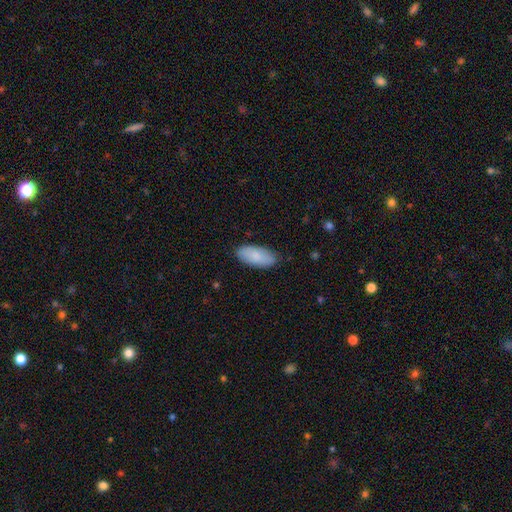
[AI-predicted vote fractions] The model was most divided on "merging": none: 85%, minor disturbance: 12%, major disturbance: 2%, merger: 1%. More confident: how rounded — in between (92%); smooth or featured — smooth (84%).